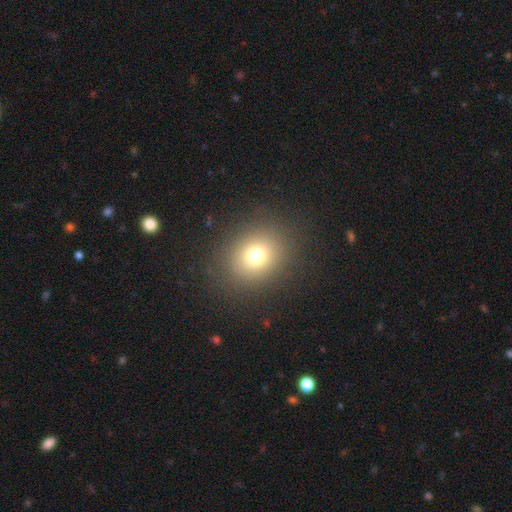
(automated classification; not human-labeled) smooth_or_featured: smooth (p=0.73) [alt: star or artifact p=0.16]
how_rounded: round (p=0.67) [alt: in between p=0.32]
merging: none (p=0.87) [alt: minor disturbance p=0.08]